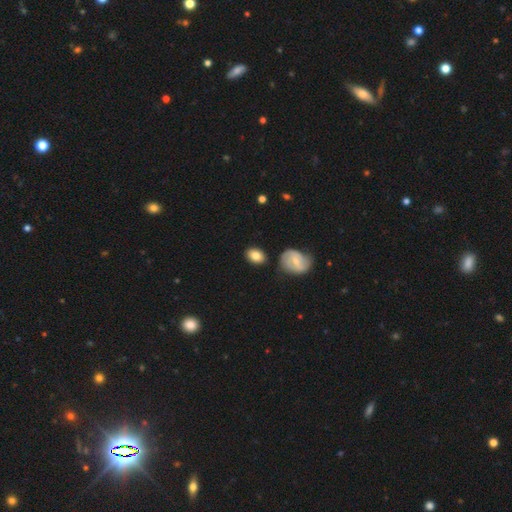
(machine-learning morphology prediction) Overall: smooth (79%). How rounded: in between (73%). Merging: none (81%).